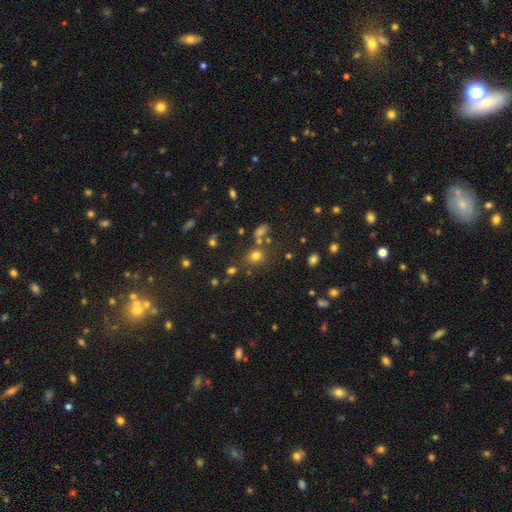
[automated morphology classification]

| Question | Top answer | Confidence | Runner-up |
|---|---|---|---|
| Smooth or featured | smooth | 70% | star or artifact (21%) |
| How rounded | round | 76% | in between (23%) |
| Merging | none | 71% | merger (12%) |